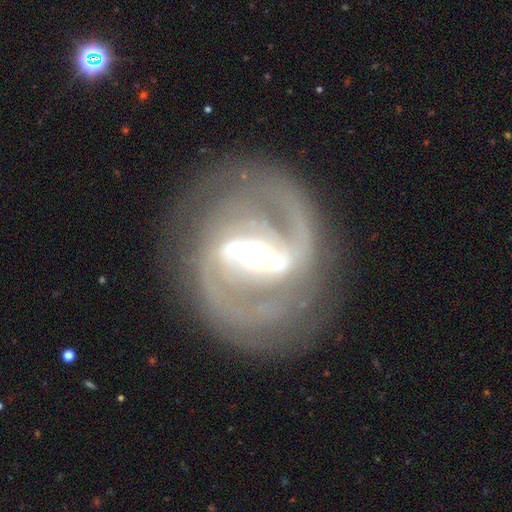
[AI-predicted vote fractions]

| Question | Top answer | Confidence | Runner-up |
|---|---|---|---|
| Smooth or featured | featured or disk | 91% | star or artifact (5%) |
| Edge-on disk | no | 96% | yes (4%) |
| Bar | strong | 70% | weak (23%) |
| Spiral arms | yes | 96% | no (4%) |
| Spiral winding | medium | 50% | tight (36%) |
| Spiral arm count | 2 | 88% | can't tell (4%) |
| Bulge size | moderate | 60% | small (20%) |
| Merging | none | 79% | minor disturbance (12%) |